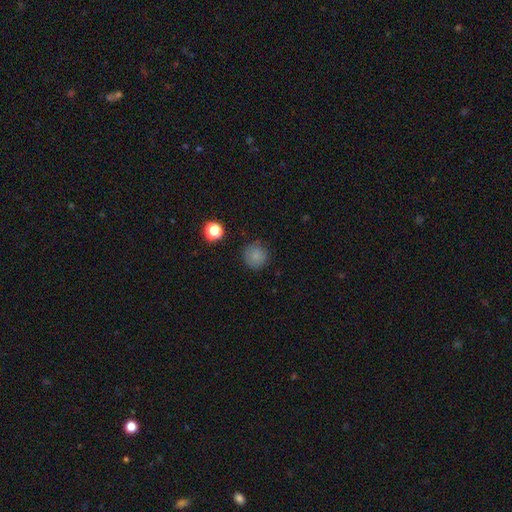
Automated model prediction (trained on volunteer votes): A smooth galaxy with no disk features (82%) that is round (93%).

Vote fractions:
- Smooth or featured? smooth: 82% / star or artifact: 12% / featured or disk: 6%
- How rounded? round: 93% / in between: 6% / cigar-shaped: 1%
- Merging? none: 84% / minor disturbance: 11% / major disturbance: 3% / merger: 2%